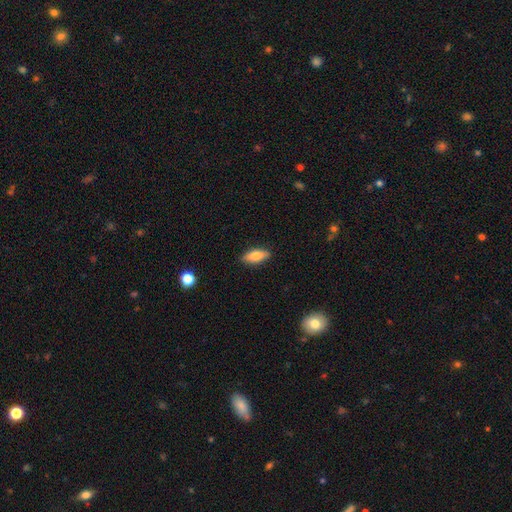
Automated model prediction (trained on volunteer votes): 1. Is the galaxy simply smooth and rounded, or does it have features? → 79% smooth, 14% featured or disk, 7% star or artifact.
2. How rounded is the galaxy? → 76% in between, 22% cigar-shaped, 3% round.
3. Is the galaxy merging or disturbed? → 87% none, 10% minor disturbance, 2% major disturbance, 1% merger.